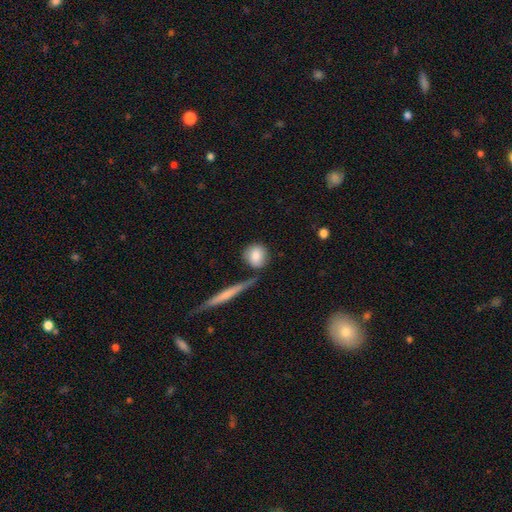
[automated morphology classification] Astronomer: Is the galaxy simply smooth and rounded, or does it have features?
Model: smooth — 82%.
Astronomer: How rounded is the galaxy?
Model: round — 77%.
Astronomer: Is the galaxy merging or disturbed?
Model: none — 71%.